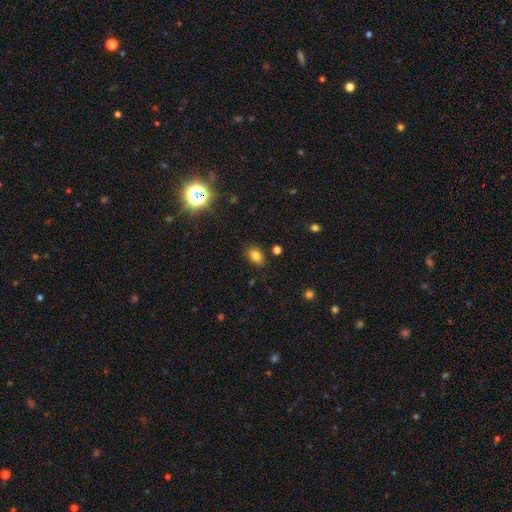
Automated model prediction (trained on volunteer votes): This is likely a smooth galaxy (79%). How rounded: likely in between (71%). Merging: clearly none (83%).